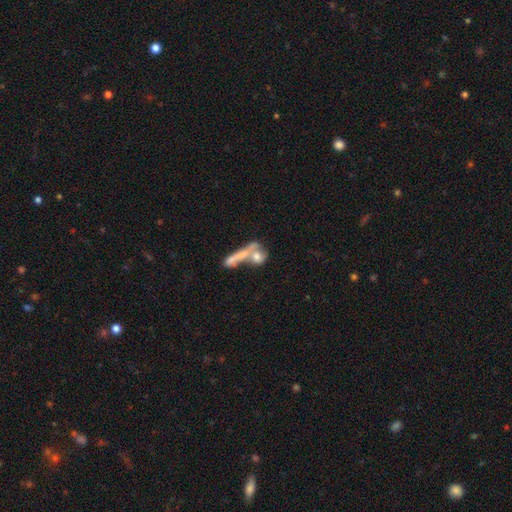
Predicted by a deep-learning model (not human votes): Morphology: type=smooth (45%); merging=merger (49%).